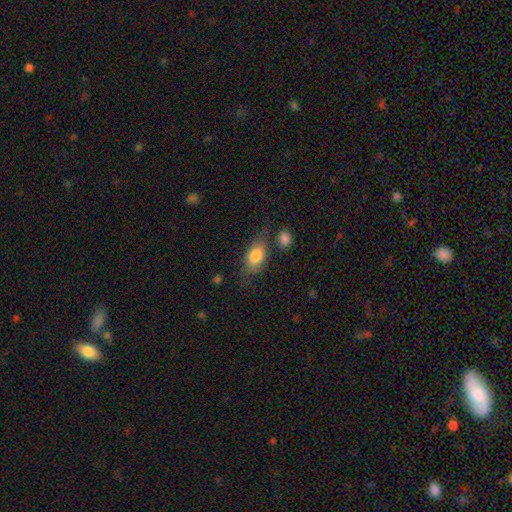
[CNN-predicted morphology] Q: Smooth or featured?
A: smooth (78%); runner-up: featured or disk (15%)
Q: How rounded?
A: in between (85%); runner-up: round (9%)
Q: Merging?
A: none (56%); runner-up: minor disturbance (24%)